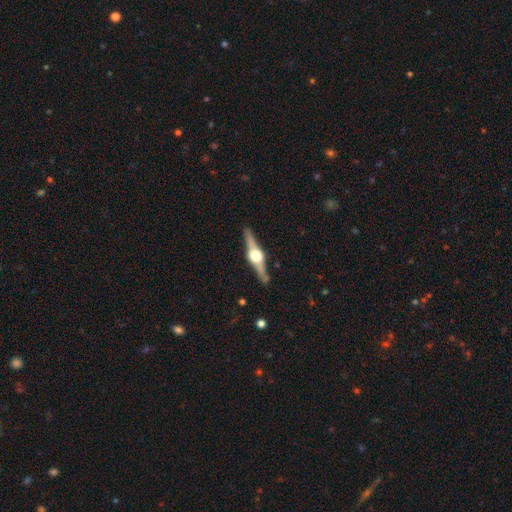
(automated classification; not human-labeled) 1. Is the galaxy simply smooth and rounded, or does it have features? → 84% featured or disk, 10% smooth, 5% star or artifact.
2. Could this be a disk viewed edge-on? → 98% yes, 2% no.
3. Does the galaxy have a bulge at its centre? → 94% rounded, 4% boxy, 1% none.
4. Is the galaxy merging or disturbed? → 89% none, 8% minor disturbance, 2% major disturbance, 1% merger.